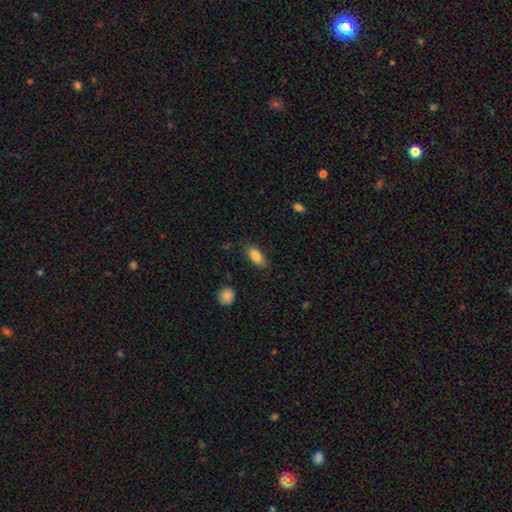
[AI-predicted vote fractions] Q: Smooth or featured?
A: smooth (83%); runner-up: featured or disk (9%)
Q: How rounded?
A: in between (86%); runner-up: cigar-shaped (11%)
Q: Merging?
A: none (80%); runner-up: minor disturbance (15%)